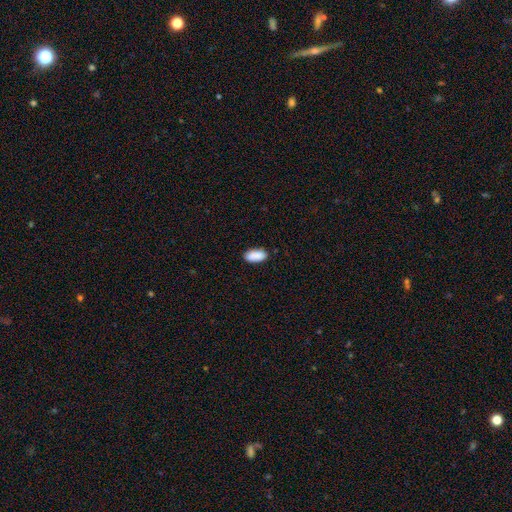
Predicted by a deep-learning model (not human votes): Smooth or featured? Predicted: smooth (p=0.90). How rounded? Predicted: in between (p=0.92). Merging? Predicted: none (p=0.87).